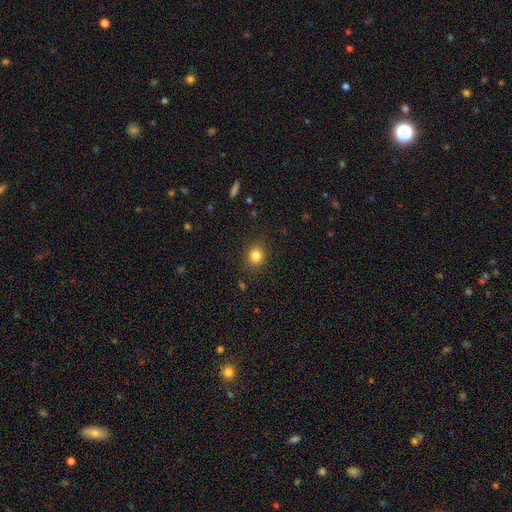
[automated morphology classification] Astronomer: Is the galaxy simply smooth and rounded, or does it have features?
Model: smooth — 82%.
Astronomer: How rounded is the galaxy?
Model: round — 75%.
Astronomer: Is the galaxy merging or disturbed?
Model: none — 87%.